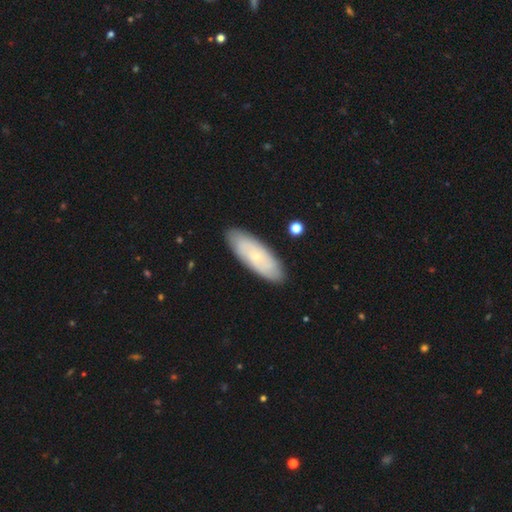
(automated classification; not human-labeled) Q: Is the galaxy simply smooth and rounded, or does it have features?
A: smooth — 50%.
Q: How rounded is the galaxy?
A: in between — 69%.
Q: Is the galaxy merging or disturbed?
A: none — 87%.